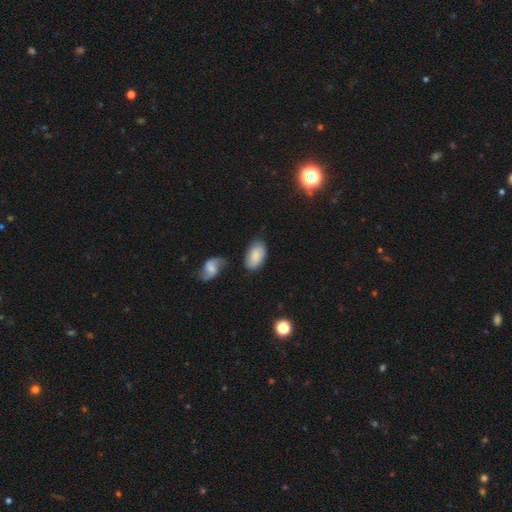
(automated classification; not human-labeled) Q: Smooth or featured?
A: smooth (78%); runner-up: featured or disk (14%)
Q: How rounded?
A: in between (93%); runner-up: round (5%)
Q: Merging?
A: none (66%); runner-up: minor disturbance (21%)